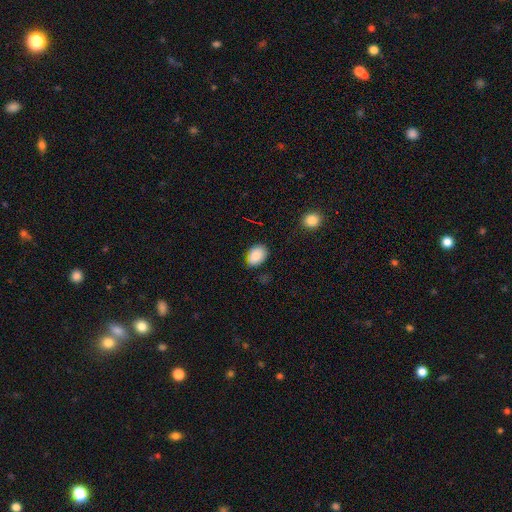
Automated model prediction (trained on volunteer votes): Smooth or featured: smooth — 85% (star or artifact — 8%)
How rounded: in between — 72% (round — 27%)
Merging: none — 75% (minor disturbance — 20%)